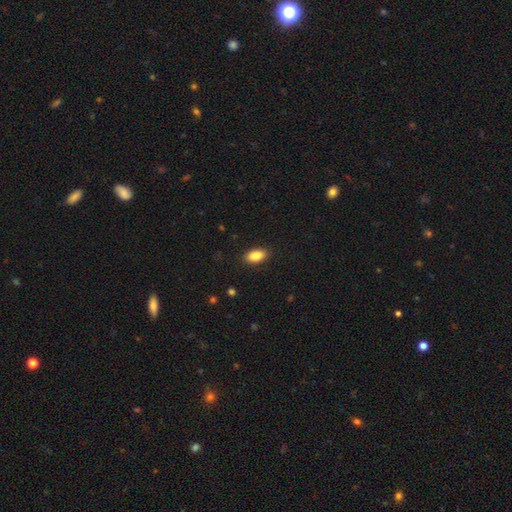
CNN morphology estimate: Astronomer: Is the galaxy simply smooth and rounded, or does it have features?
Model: smooth — 89%.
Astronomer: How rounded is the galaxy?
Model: in between — 92%.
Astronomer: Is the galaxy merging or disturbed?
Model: none — 88%.